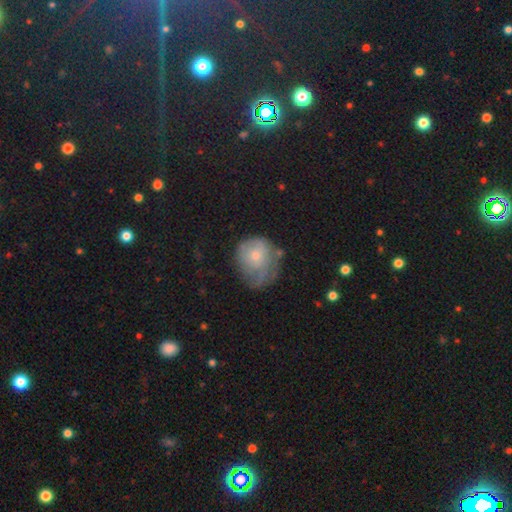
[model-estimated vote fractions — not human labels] A smooth galaxy with no disk features (48%).

Vote fractions:
- Smooth or featured? smooth: 48% / featured or disk: 41% / star or artifact: 11%
- Merging? none: 36% / minor disturbance: 34% / major disturbance: 27% / merger: 3%